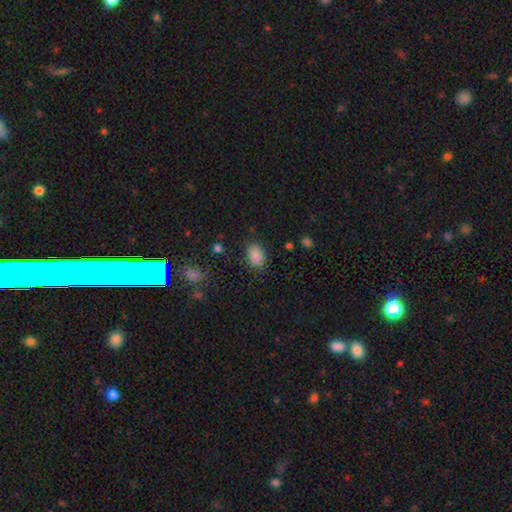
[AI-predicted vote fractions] Morphology: type=smooth (86%); roundness=in between (85%); merging=none (85%).